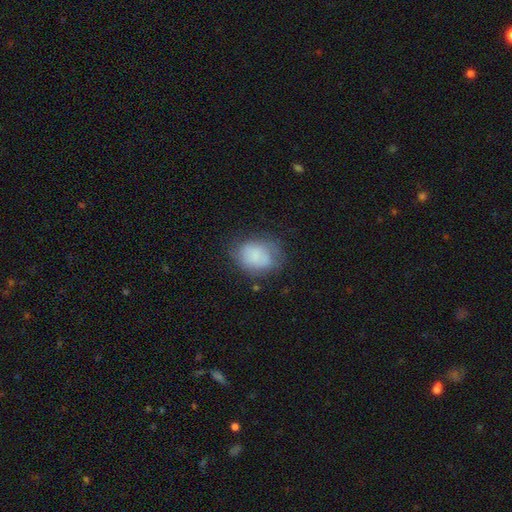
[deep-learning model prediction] Q: Smooth or featured?
A: smooth (71%); runner-up: featured or disk (20%)
Q: How rounded?
A: in between (63%); runner-up: round (36%)
Q: Merging?
A: none (55%); runner-up: minor disturbance (28%)